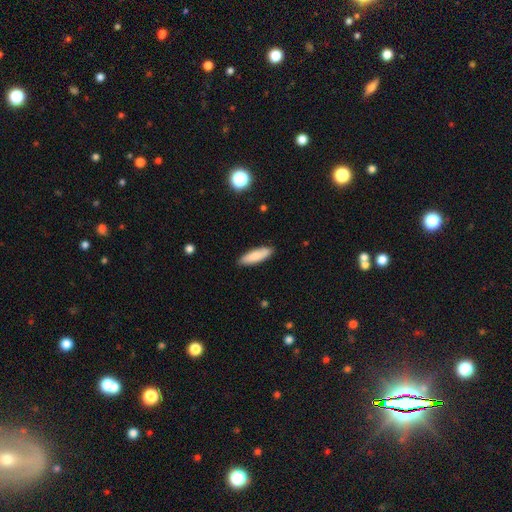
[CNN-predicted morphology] Smooth or featured?
  - smooth: 83% *
  - featured or disk: 11%
  - star or artifact: 6%
How rounded?
  - cigar-shaped: 50% *
  - in between: 48%
  - round: 2%
Merging?
  - none: 88% *
  - minor disturbance: 9%
  - major disturbance: 2%
  - merger: 1%